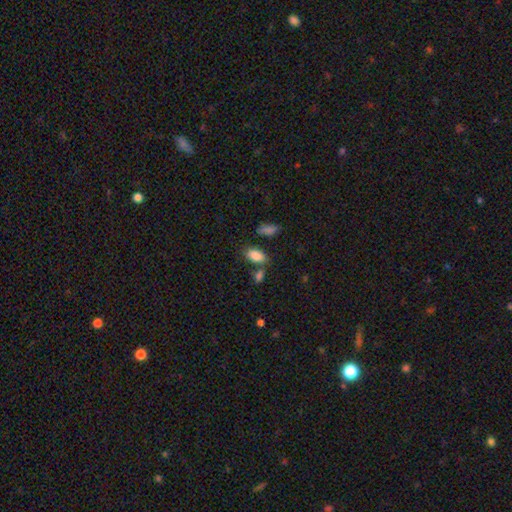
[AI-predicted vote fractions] Smooth or featured?
  - smooth: 86% *
  - star or artifact: 8%
  - featured or disk: 6%
How rounded?
  - in between: 93% *
  - round: 4%
  - cigar-shaped: 3%
Merging?
  - none: 66% *
  - merger: 17%
  - minor disturbance: 13%
  - major disturbance: 4%